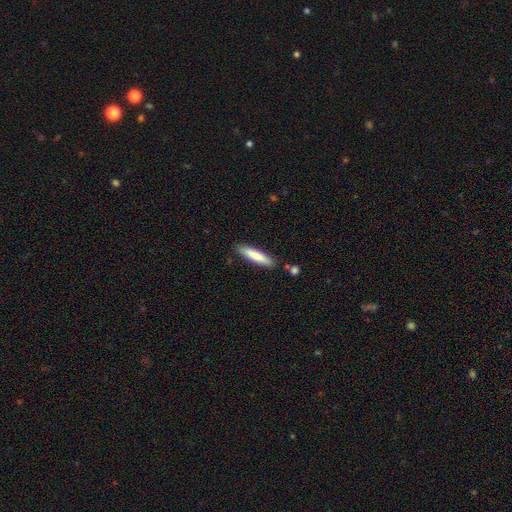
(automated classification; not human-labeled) Q: Smooth or featured?
A: smooth (78%); runner-up: featured or disk (16%)
Q: How rounded?
A: cigar-shaped (82%); runner-up: in between (17%)
Q: Merging?
A: none (85%); runner-up: minor disturbance (10%)